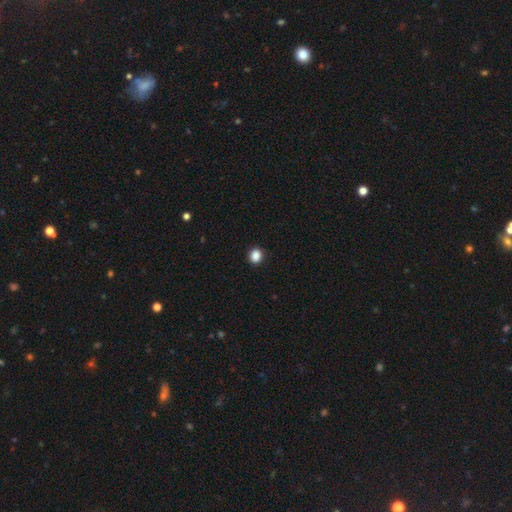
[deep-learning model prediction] A smooth galaxy with no disk features (88%) that is round (68%). Merging: none (91%).